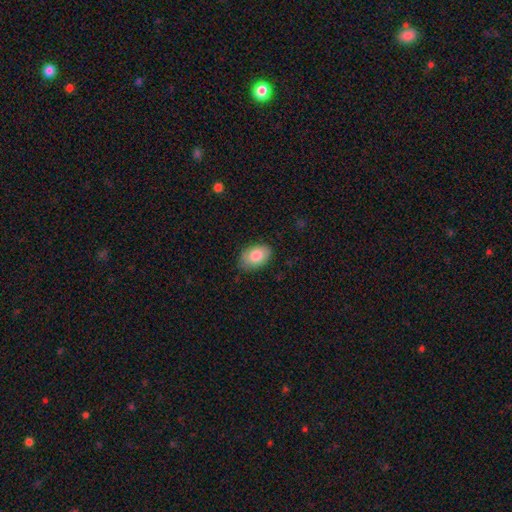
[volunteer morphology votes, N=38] smooth 76%, featured or disk 21%, star or artifact 3%. Down the decision tree: how rounded — in between (90%); merging — none (62%).